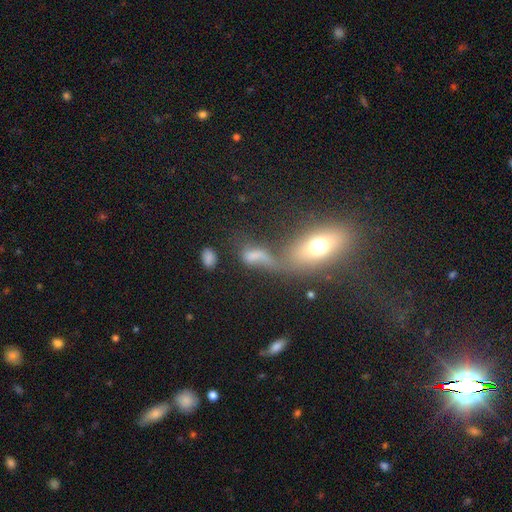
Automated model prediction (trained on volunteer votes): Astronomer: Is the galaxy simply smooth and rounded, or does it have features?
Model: smooth — 54%.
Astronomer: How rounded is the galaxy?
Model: in between — 70%.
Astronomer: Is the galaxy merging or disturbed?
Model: merger — 49%.